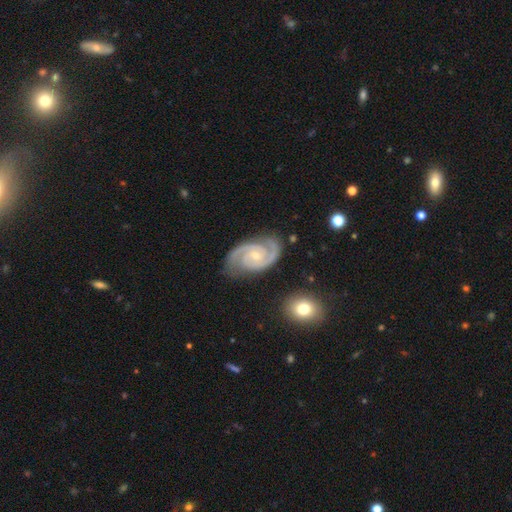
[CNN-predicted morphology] A featured or disk galaxy (93%) with no bar (63%), 2 (91%) tight (56%) spiral arms (99%) and a small central bulge (66%).

Vote fractions:
- Smooth or featured? featured or disk: 93% / star or artifact: 4% / smooth: 3%
- Edge-on disk? no: 98% / yes: 2%
- Bar? no: 63% / weak: 28% / strong: 8%
- Spiral arms? yes: 99% / no: 1%
- Spiral winding? tight: 56% / medium: 39% / loose: 4%
- Spiral arm count? 2: 91% / 3: 4% / can't tell: 2% / 1: 1% / 4: 1% / more than 4: 1%
- Bulge size? small: 66% / moderate: 30% / none: 3% / large: 1% / dominant: 1%
- Merging? none: 81% / minor disturbance: 14% / major disturbance: 4% / merger: 2%